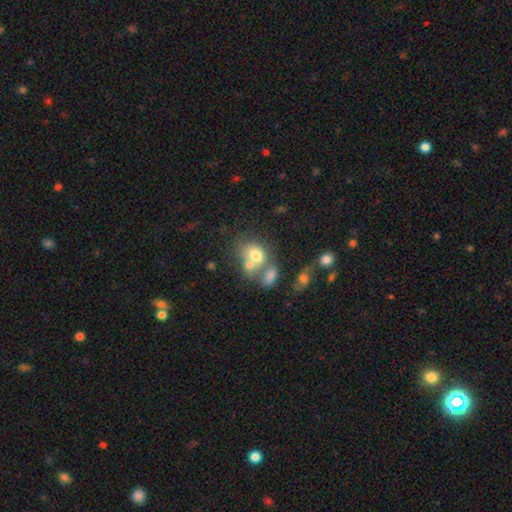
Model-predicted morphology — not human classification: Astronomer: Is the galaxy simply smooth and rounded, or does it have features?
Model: smooth — 67%.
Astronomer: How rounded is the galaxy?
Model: in between — 55% (runner-up: round, 44%).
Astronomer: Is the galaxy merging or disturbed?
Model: merger — 54%.